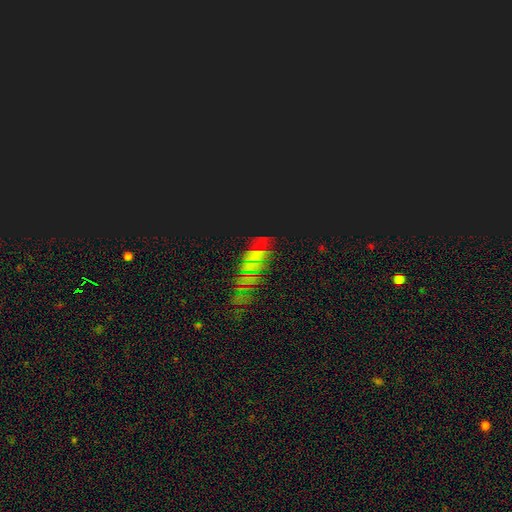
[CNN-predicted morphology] smooth_or_featured: star or artifact (p=0.61) [alt: smooth p=0.20]